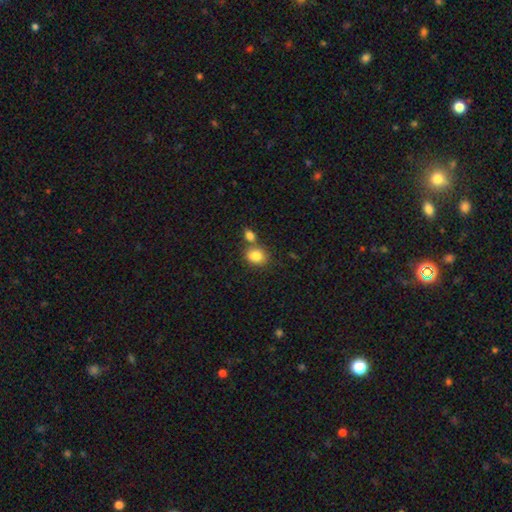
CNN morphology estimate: smooth-or-featured: smooth: 83% | star or artifact: 9% | featured or disk: 8%
  how-rounded: in between: 57% | round: 42% | cigar-shaped: 1%
  merging: none: 53% | merger: 31% | minor disturbance: 12% | major disturbance: 4%